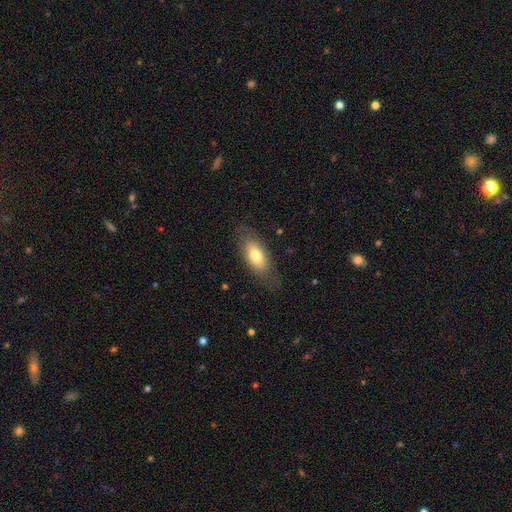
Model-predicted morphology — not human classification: A smooth galaxy with no disk features (72%) that is in between round and cigar-shaped (84%).

Vote fractions:
- Smooth or featured? smooth: 72% / featured or disk: 21% / star or artifact: 7%
- How rounded? in between: 84% / cigar-shaped: 13% / round: 3%
- Merging? none: 77% / minor disturbance: 16% / major disturbance: 6% / merger: 1%